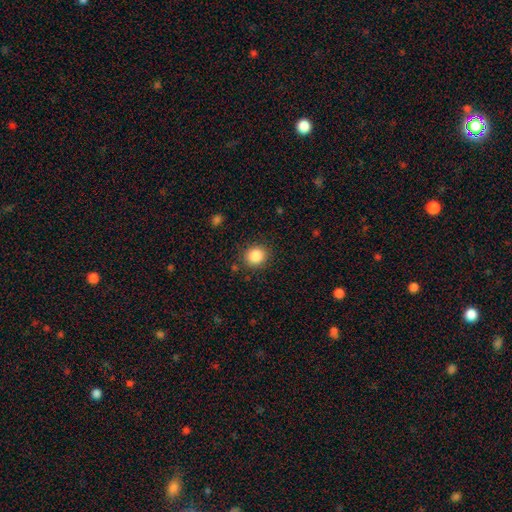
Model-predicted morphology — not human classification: smooth-or-featured: smooth: 86% | star or artifact: 10% | featured or disk: 4%
  how-rounded: round: 84% | in between: 15% | cigar-shaped: 1%
  merging: none: 88% | minor disturbance: 8% | major disturbance: 3% | merger: 1%